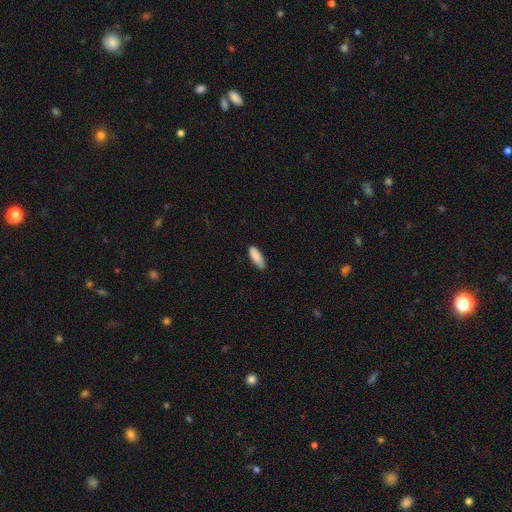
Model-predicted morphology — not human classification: A smooth galaxy with no disk features (87%) that is in between round and cigar-shaped (67%).

Vote fractions:
- Smooth or featured? smooth: 87% / featured or disk: 6% / star or artifact: 6%
- How rounded? in between: 67% / cigar-shaped: 31% / round: 2%
- Merging? none: 78% / minor disturbance: 18% / major disturbance: 3% / merger: 1%